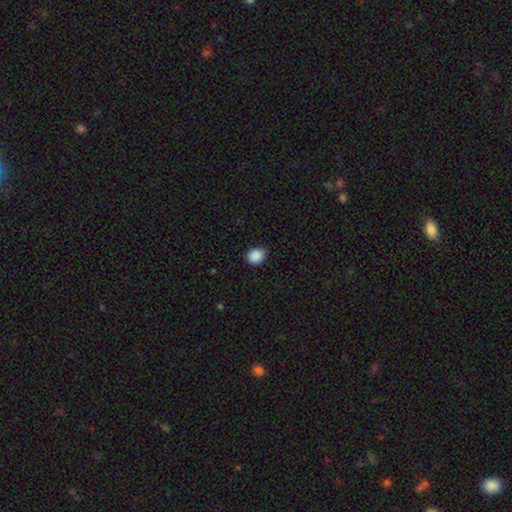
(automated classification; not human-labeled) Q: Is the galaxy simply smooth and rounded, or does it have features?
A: smooth — 88%.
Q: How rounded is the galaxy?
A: round — 67%.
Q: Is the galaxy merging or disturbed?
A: none — 74%.